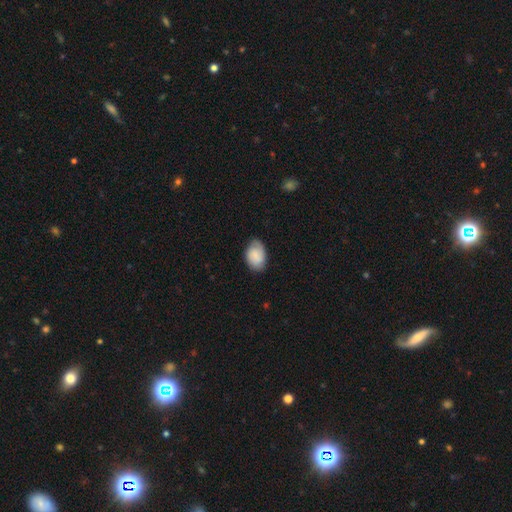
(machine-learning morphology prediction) Smooth or featured: smooth — 80% (featured or disk — 13%)
How rounded: in between — 87% (round — 12%)
Merging: none — 74% (minor disturbance — 21%)